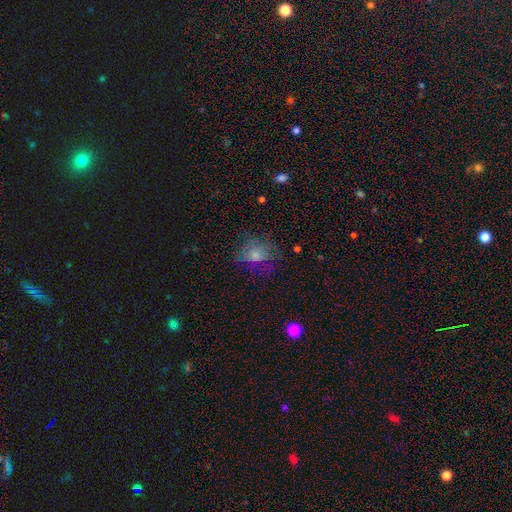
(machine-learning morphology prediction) type=smooth (60%); roundness=round (66%); merging=none (59%).